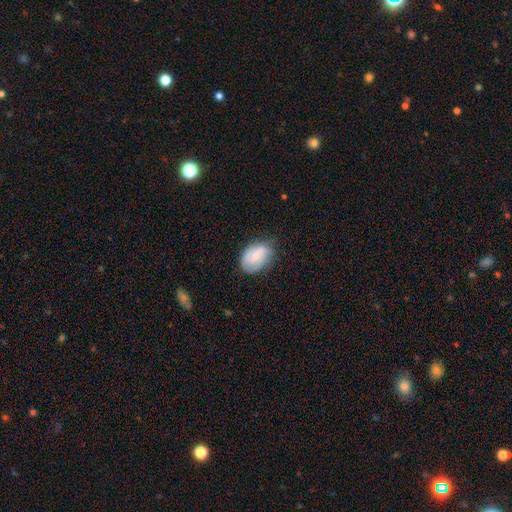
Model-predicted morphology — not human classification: Overall: smooth (51%; featured or disk 42%). How rounded: in between (78%). Merging: none (67%).